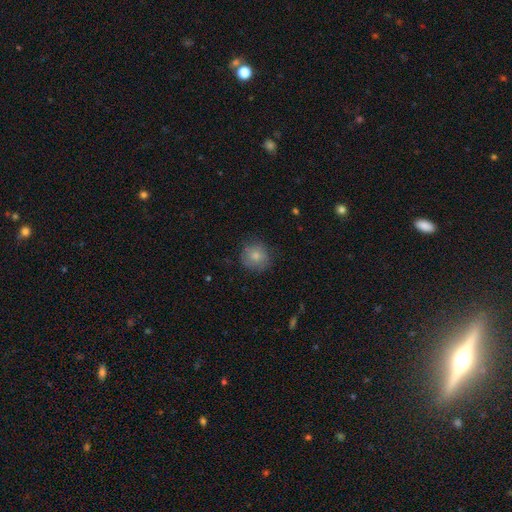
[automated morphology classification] Smooth or featured? Predicted: smooth (p=0.80). How rounded? Predicted: round (p=0.91). Merging? Predicted: none (p=0.78).